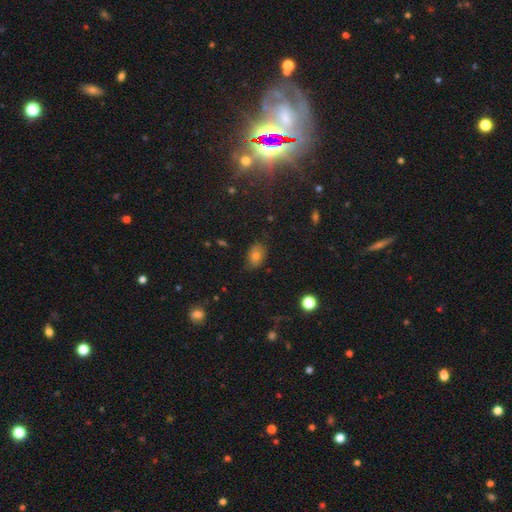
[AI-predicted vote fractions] Overall: smooth (67%). How rounded: in between (73%). Merging: none (77%).